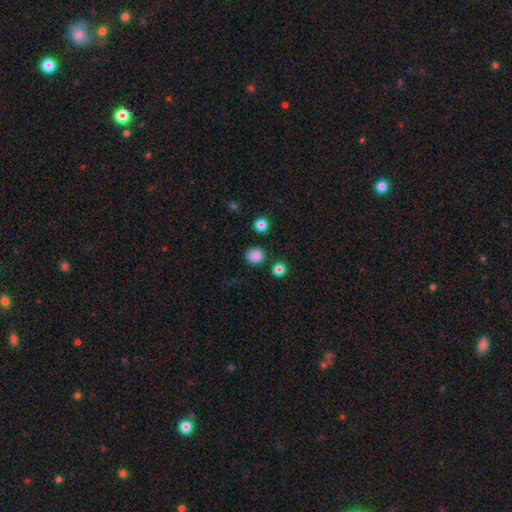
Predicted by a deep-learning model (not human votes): Smooth or featured?
  - smooth: 84% *
  - star or artifact: 12%
  - featured or disk: 3%
How rounded?
  - round: 89% *
  - in between: 10%
  - cigar-shaped: 1%
Merging?
  - none: 86% *
  - minor disturbance: 8%
  - merger: 3%
  - major disturbance: 3%